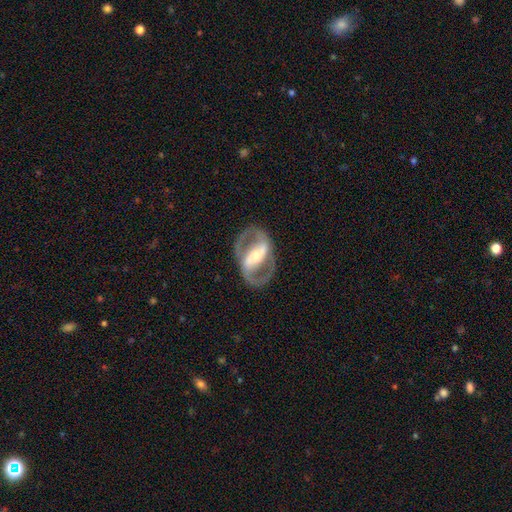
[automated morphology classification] A featured or disk galaxy (85%) with a strong bar (67%), 2 (88%) medium (53%) spiral arms (71%) and a moderate central bulge (52%).

Vote fractions:
- Smooth or featured? featured or disk: 85% / smooth: 11% / star or artifact: 5%
- Edge-on disk? no: 93% / yes: 7%
- Bar? strong: 67% / weak: 21% / no: 12%
- Spiral arms? yes: 71% / no: 29%
- Spiral winding? medium: 53% / tight: 25% / loose: 22%
- Spiral arm count? 2: 88% / can't tell: 7% / 1: 3% / 3: 1% / 4: 1% / more than 4: 1%
- Bulge size? moderate: 52% / small: 34% / large: 10% / none: 2% / dominant: 2%
- Merging? none: 80% / minor disturbance: 11% / major disturbance: 8% / merger: 1%